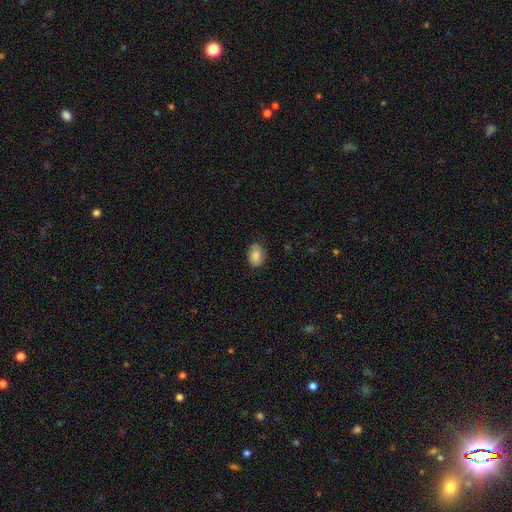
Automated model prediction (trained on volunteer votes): A smooth galaxy with no disk features (83%) that is in between round and cigar-shaped (77%).

Vote fractions:
- Smooth or featured? smooth: 83% / featured or disk: 9% / star or artifact: 8%
- How rounded? in between: 77% / round: 22% / cigar-shaped: 1%
- Merging? none: 77% / minor disturbance: 19% / major disturbance: 4% / merger: 1%